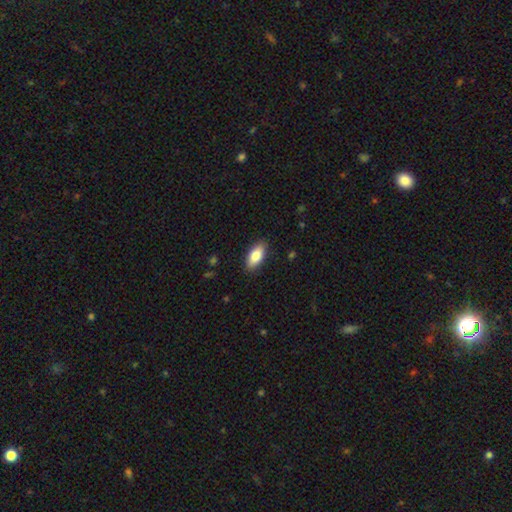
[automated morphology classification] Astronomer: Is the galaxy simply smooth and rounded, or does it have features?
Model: smooth — 82%.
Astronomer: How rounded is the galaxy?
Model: in between — 88%.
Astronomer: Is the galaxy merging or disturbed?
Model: none — 88%.